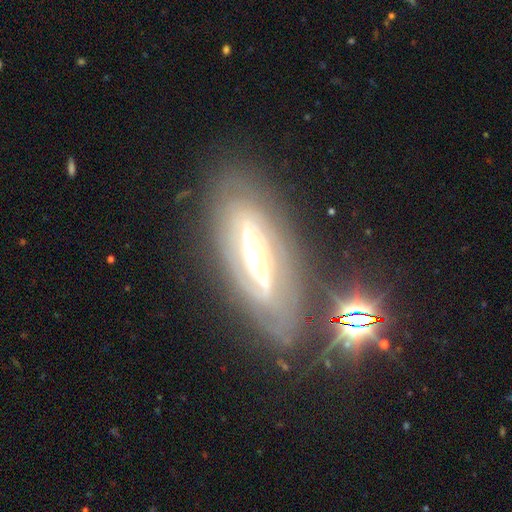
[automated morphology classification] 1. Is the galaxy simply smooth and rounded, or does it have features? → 78% featured or disk, 13% smooth, 8% star or artifact.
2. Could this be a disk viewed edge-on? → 80% no, 20% yes.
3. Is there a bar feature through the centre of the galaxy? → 45% no, 31% strong, 25% weak.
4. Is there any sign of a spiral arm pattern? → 65% yes, 35% no.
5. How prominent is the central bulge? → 57% moderate, 32% small, 8% large, 2% dominant, 1% none.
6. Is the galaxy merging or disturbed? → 75% none, 15% minor disturbance, 7% major disturbance, 3% merger.